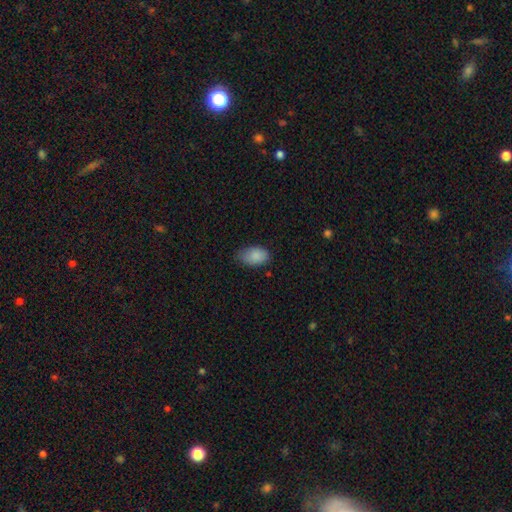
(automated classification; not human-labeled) Overall: smooth (88%). How rounded: in between (91%). Merging: none (66%; minor disturbance 28%).